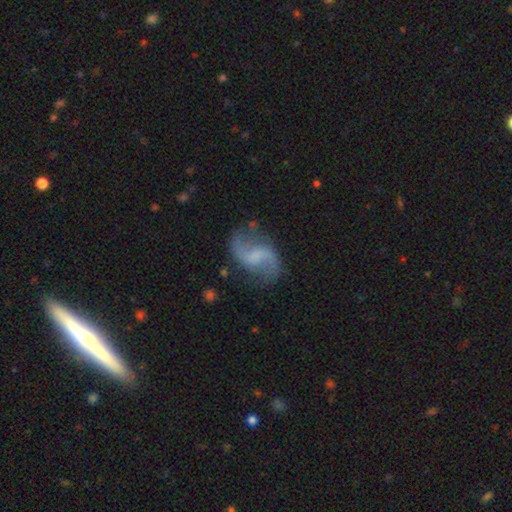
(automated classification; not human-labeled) Morphology: type=featured or disk (86%); edge-on=no (98%); bar=weak (54%); spiral arms=yes (96%); winding=loose (70%); arm count=2 (93%); bulge=none (53%); merging=none (76%).